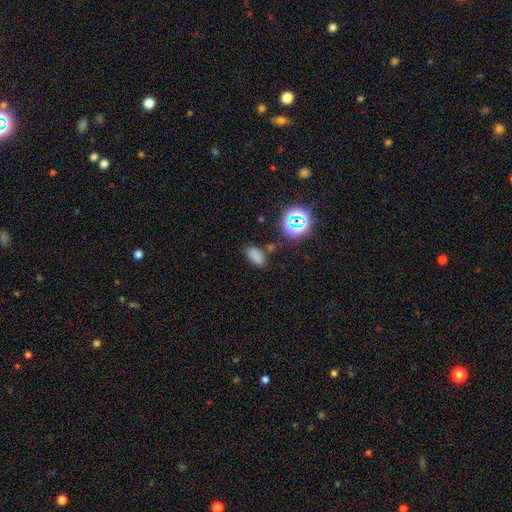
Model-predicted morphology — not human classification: Overall: smooth (72%). How rounded: in between (90%). Merging: none (73%).